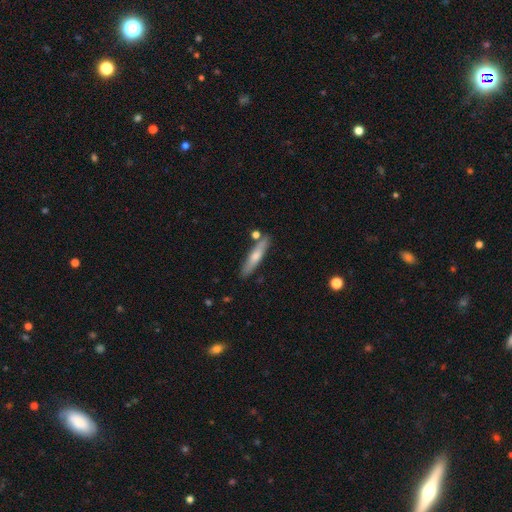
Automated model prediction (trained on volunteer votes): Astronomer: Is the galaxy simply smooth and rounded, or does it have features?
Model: smooth — 58% (runner-up: featured or disk, 36%).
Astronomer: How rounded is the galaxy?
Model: cigar-shaped — 86%.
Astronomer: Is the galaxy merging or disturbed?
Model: none — 81%.